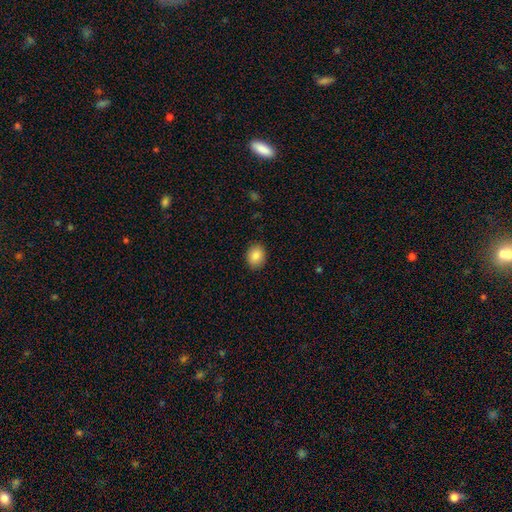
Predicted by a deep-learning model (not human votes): This appears to be a smooth galaxy with no disk features (87%) that is in between round and cigar-shaped (50%). Merging: none (89%).